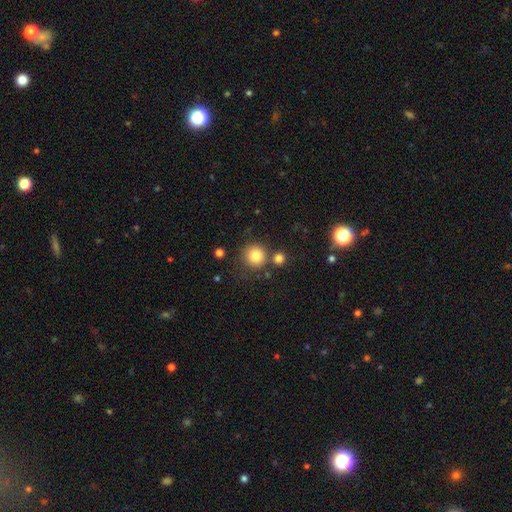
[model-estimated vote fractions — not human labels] Smooth or featured: smooth — 83% (star or artifact — 10%)
How rounded: round — 93% (in between — 6%)
Merging: none — 75% (merger — 12%)